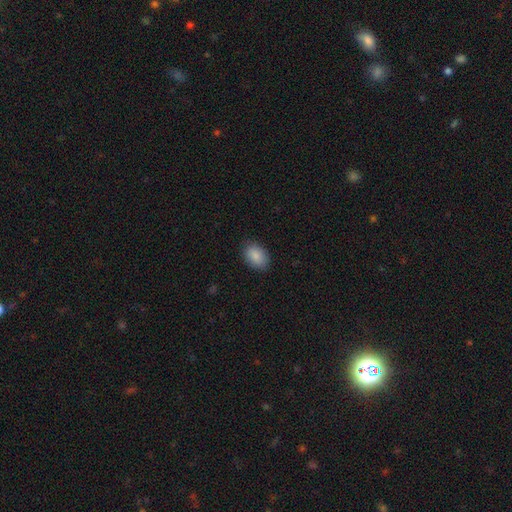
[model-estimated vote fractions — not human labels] Overall: smooth (88%). How rounded: in between (83%). Merging: none (86%).